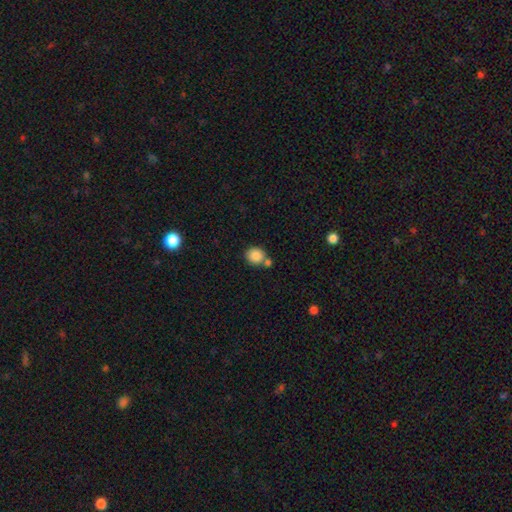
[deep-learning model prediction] A smooth galaxy with no disk features (86%) that is round (84%).

Vote fractions:
- Smooth or featured? smooth: 86% / star or artifact: 9% / featured or disk: 5%
- How rounded? round: 84% / in between: 15% / cigar-shaped: 1%
- Merging? none: 59% / merger: 27% / minor disturbance: 10% / major disturbance: 3%